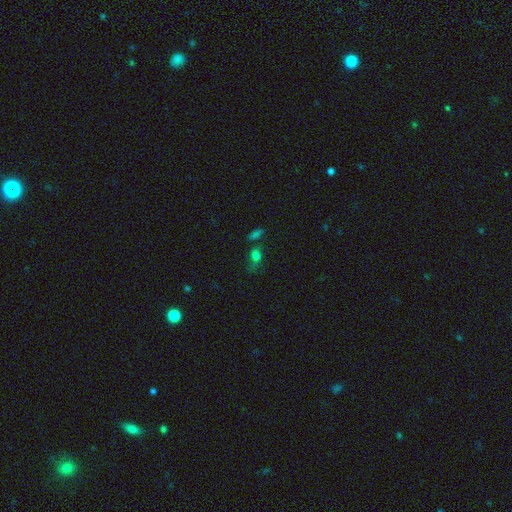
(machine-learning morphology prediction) Smooth or featured: smooth — 66% (star or artifact — 21%)
How rounded: in between — 60% (round — 35%)
Merging: none — 44% (minor disturbance — 23%)